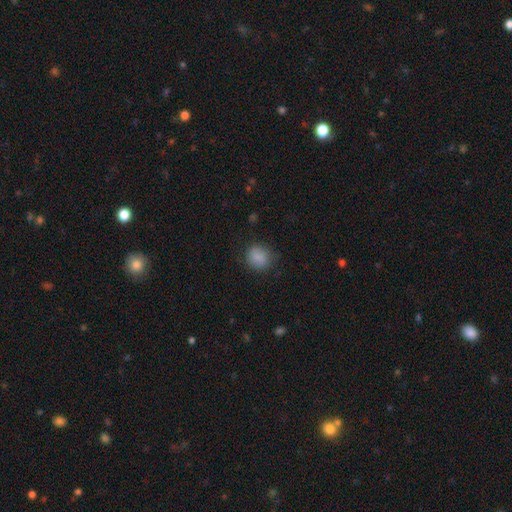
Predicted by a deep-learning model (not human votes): This appears to be a smooth galaxy with no disk features (86%) that is round (77%). Merging: none (80%).